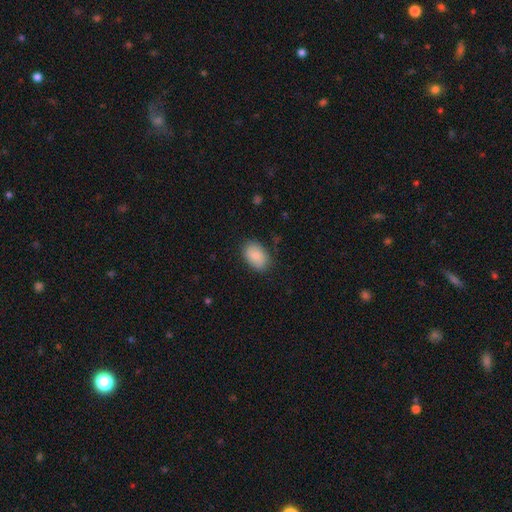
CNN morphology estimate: Smooth or featured? Predicted: smooth (p=0.82). How rounded? Predicted: in between (p=0.85). Merging? Predicted: none (p=0.81).